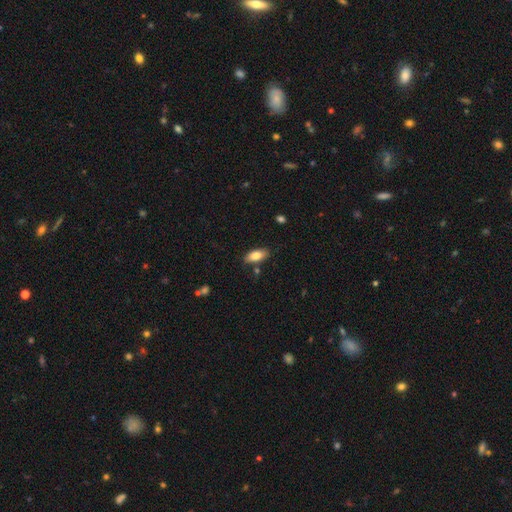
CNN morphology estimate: Smooth or featured? smooth (81%)
How rounded? in between (86%)
Merging? none (81%)